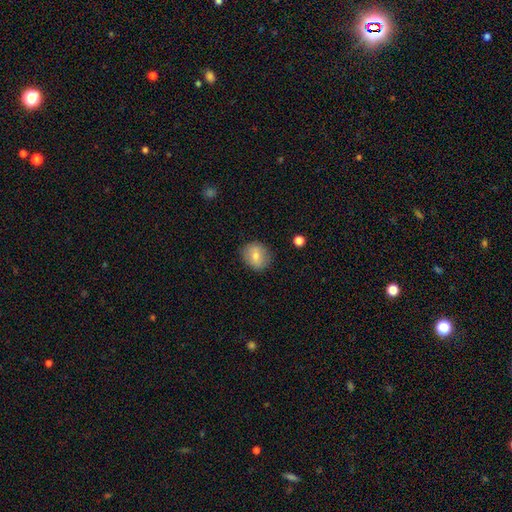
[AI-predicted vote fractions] A smooth galaxy with no disk features (75%) that is round (70%).

Vote fractions:
- Smooth or featured? smooth: 75% / featured or disk: 17% / star or artifact: 8%
- How rounded? round: 70% / in between: 29% / cigar-shaped: 1%
- Merging? none: 85% / minor disturbance: 11% / major disturbance: 3% / merger: 1%